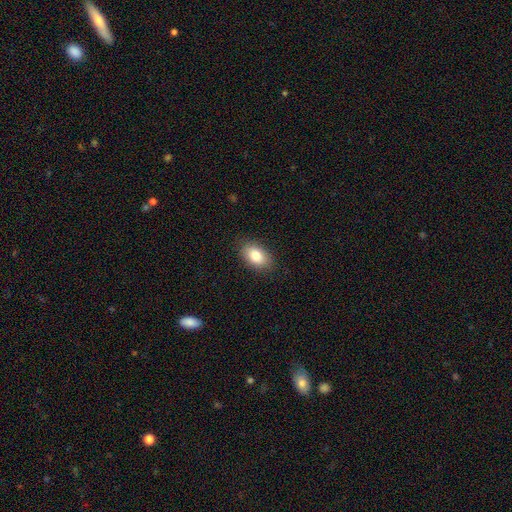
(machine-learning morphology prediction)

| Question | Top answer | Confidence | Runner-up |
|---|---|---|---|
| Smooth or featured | smooth | 82% | featured or disk (10%) |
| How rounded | in between | 89% | round (9%) |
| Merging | none | 87% | minor disturbance (10%) |